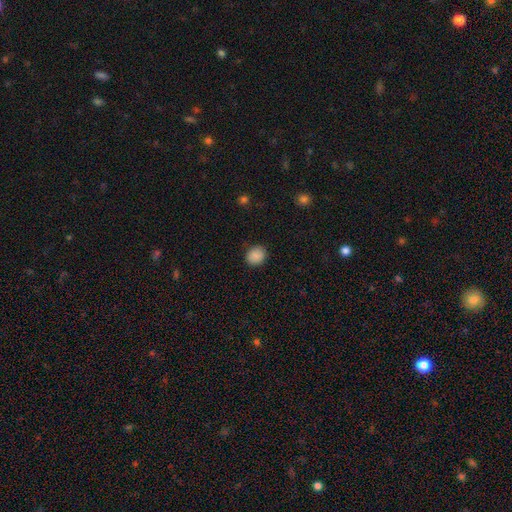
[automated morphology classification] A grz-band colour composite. It shows a smooth galaxy with no disk features (88%) that is round (69%). Merging: none (88%).